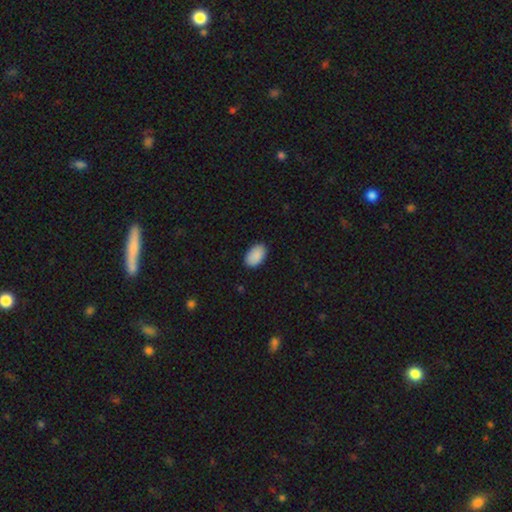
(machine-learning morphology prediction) Smooth or featured?
  - smooth: 91% *
  - star or artifact: 7%
  - featured or disk: 3%
How rounded?
  - in between: 93% *
  - round: 6%
  - cigar-shaped: 1%
Merging?
  - none: 88% *
  - minor disturbance: 9%
  - major disturbance: 2%
  - merger: 1%